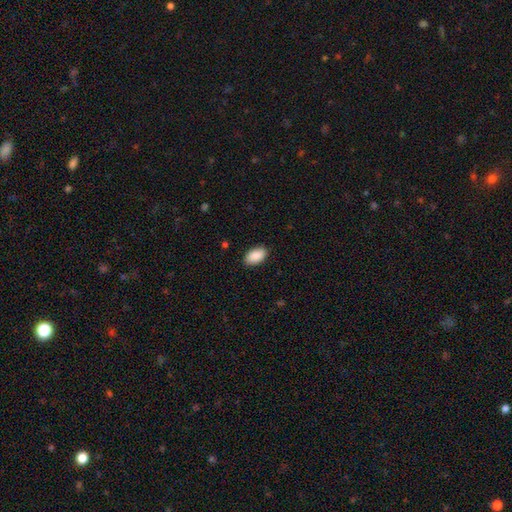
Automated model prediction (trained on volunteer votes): The model was most divided on "merging": none: 88%, minor disturbance: 9%, major disturbance: 2%, merger: 1%. More confident: how rounded — in between (95%); smooth or featured — smooth (90%).